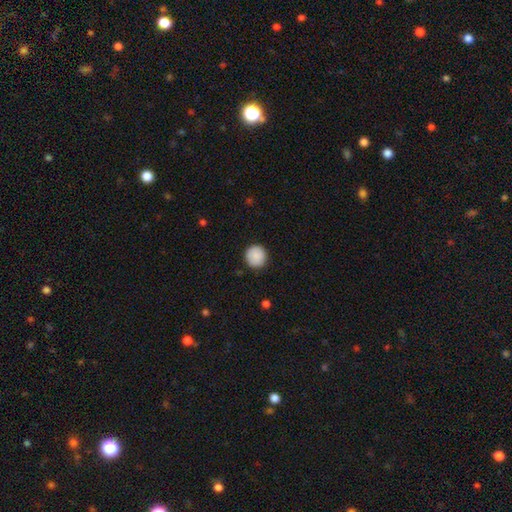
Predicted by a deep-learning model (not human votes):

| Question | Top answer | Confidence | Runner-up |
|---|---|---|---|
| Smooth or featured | smooth | 89% | star or artifact (7%) |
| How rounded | round | 94% | in between (5%) |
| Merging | none | 90% | minor disturbance (7%) |